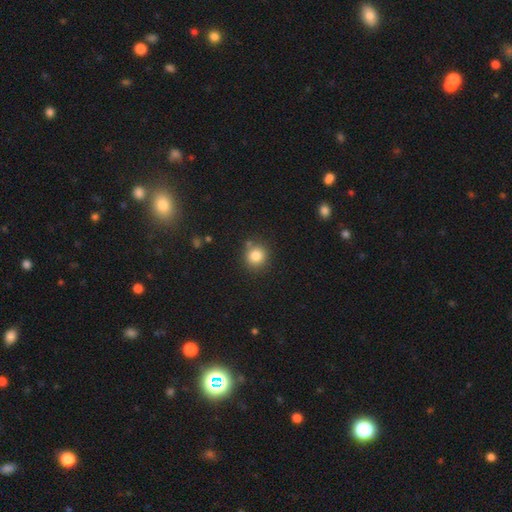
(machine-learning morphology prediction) A smooth galaxy with no disk features (83%) that is round (90%).

Vote fractions:
- Smooth or featured? smooth: 83% / star or artifact: 11% / featured or disk: 6%
- How rounded? round: 90% / in between: 9% / cigar-shaped: 1%
- Merging? none: 81% / minor disturbance: 10% / merger: 6% / major disturbance: 3%